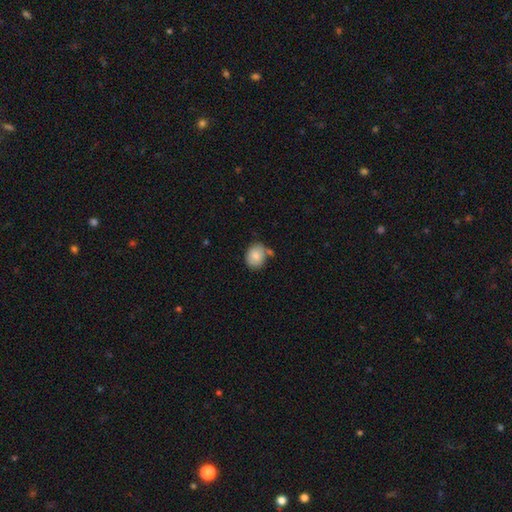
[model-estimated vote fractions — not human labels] The model was most divided on "how rounded" (2-way tie): in between: 50%, round: 50%, cigar-shaped: 1%. More confident: smooth or featured — smooth (84%); merging — none (66%).